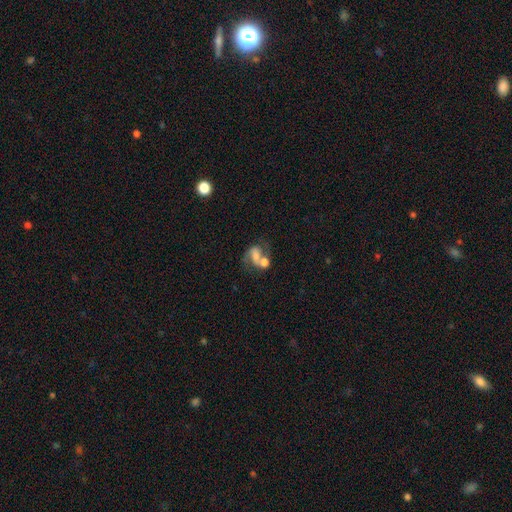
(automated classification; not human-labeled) This appears to be a featured or disk galaxy (50%). Merging: merger (49%).